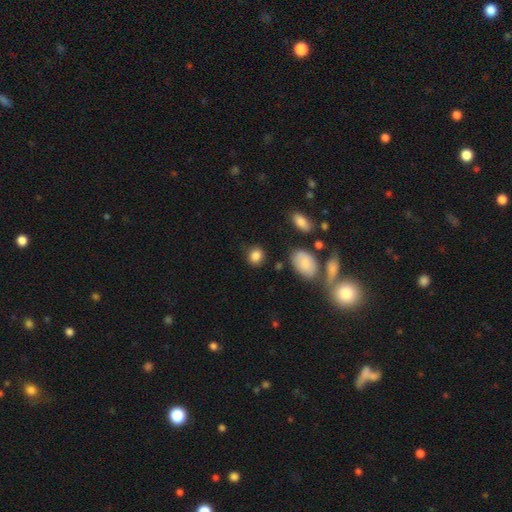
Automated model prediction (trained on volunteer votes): Smooth or featured: smooth — 86% (star or artifact — 9%)
How rounded: round — 69% (in between — 29%)
Merging: none — 79% (minor disturbance — 13%)